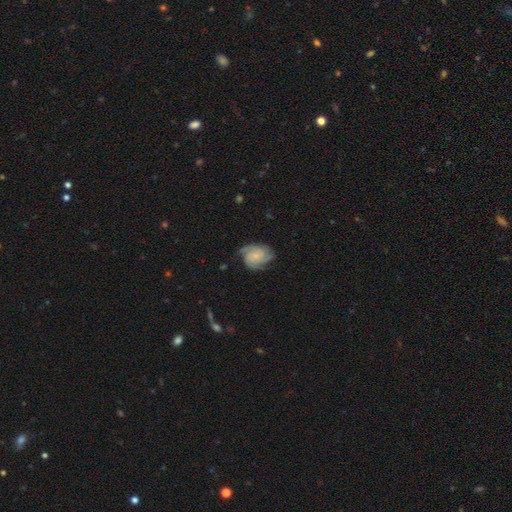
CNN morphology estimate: Smooth or featured?
  - featured or disk: 80% *
  - smooth: 14%
  - star or artifact: 6%
Edge-on disk?
  - no: 98% *
  - yes: 2%
Bar?
  - no: 73% *
  - weak: 23%
  - strong: 4%
Spiral arms?
  - yes: 96% *
  - no: 4%
Spiral winding?
  - tight: 53% *
  - medium: 36%
  - loose: 10%
Spiral arm count?
  - 3: 38% *
  - 2: 26%
  - can't tell: 16%
  - 4: 10%
  - 1: 5%
  - more than 4: 5%
Bulge size?
  - small: 66% *
  - moderate: 19%
  - none: 11%
  - large: 2%
  - dominant: 1%
Merging?
  - none: 68% *
  - minor disturbance: 21%
  - major disturbance: 9%
  - merger: 1%